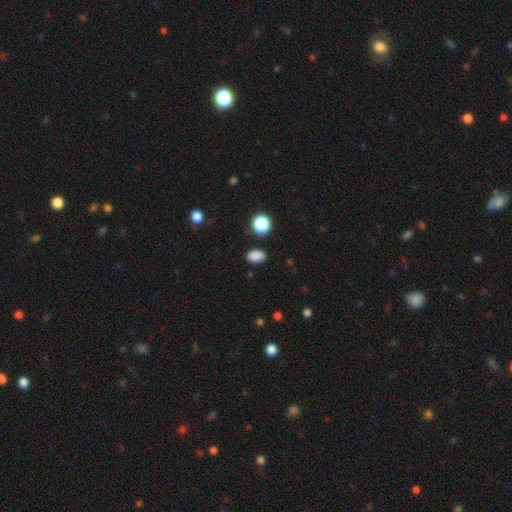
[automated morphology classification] This appears to be a smooth galaxy with no disk features (84%) that is in between round and cigar-shaped (80%). Merging: none (86%).